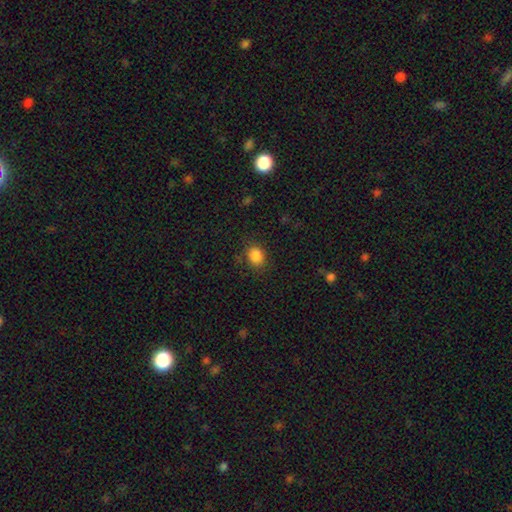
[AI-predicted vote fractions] The model was most divided on "how rounded": round: 52%, in between: 47%, cigar-shaped: 1%. More confident: smooth or featured — smooth (85%); merging — none (81%).